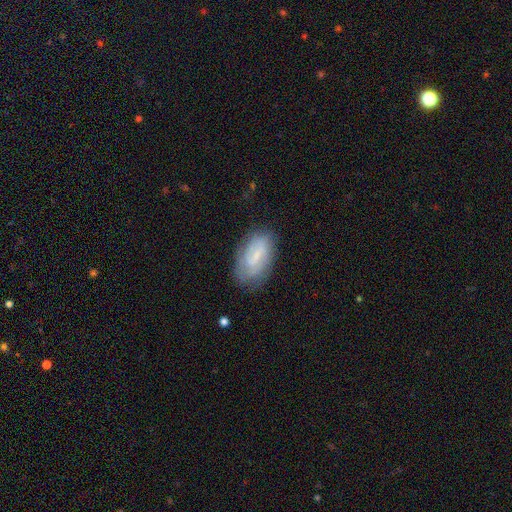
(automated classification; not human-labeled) Overall: smooth (48%; featured or disk 44%). Merging: none (68%).